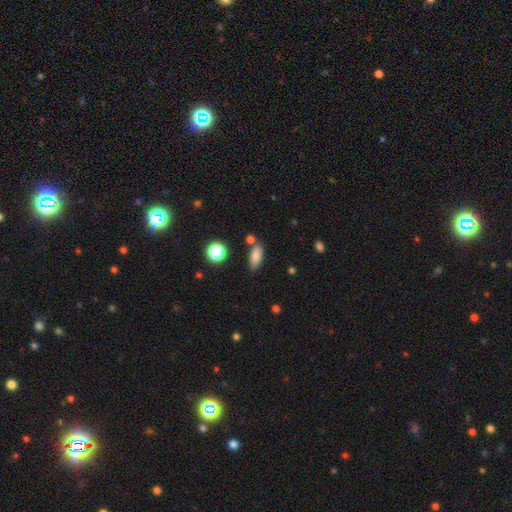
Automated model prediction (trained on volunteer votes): This appears to be a smooth galaxy with no disk features (82%) that is in between round and cigar-shaped (74%). Merging: none (73%).